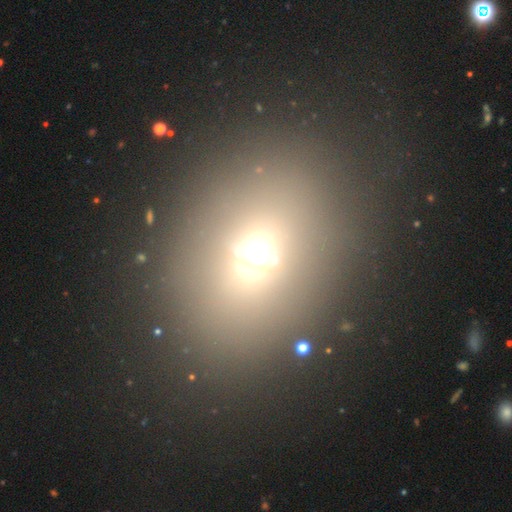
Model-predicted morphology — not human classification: A smooth galaxy with no disk features (60%) that is round (52%).

Vote fractions:
- Smooth or featured? smooth: 60% / star or artifact: 25% / featured or disk: 14%
- How rounded? round: 52% / in between: 46% / cigar-shaped: 2%
- Merging? none: 77% / minor disturbance: 10% / major disturbance: 7% / merger: 6%